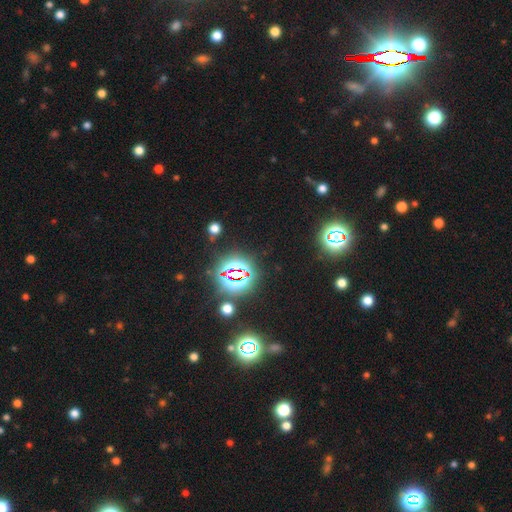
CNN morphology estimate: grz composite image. It shows a star or artifact, not a galaxy (81%).